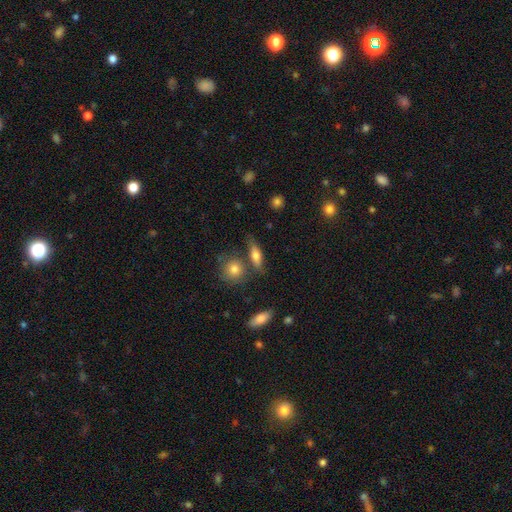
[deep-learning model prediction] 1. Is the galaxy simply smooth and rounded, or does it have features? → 62% smooth, 30% featured or disk, 8% star or artifact.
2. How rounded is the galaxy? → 53% in between, 40% cigar-shaped, 7% round.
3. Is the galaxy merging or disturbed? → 68% none, 15% minor disturbance, 12% merger, 5% major disturbance.